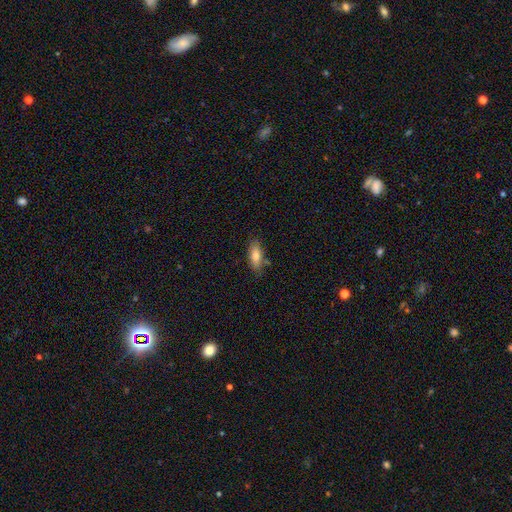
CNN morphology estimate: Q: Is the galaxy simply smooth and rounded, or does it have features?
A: smooth — 78%.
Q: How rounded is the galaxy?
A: in between — 76%.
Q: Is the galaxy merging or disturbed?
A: none — 76%.